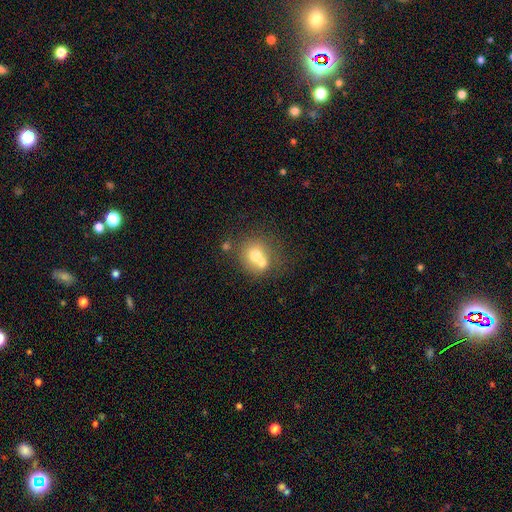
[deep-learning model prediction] Smooth or featured: smooth — 66% (featured or disk — 23%)
How rounded: round — 81% (in between — 18%)
Merging: merger — 48% (none — 40%)